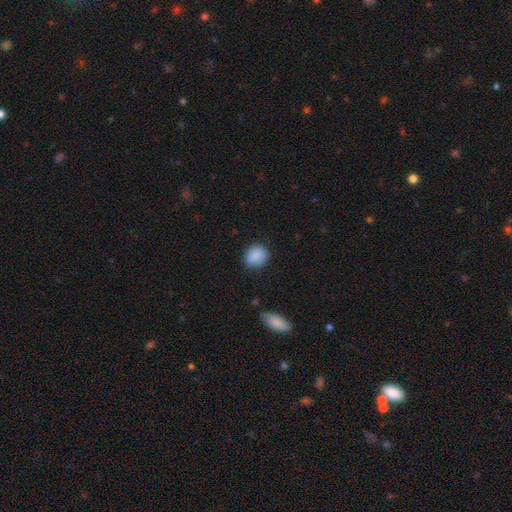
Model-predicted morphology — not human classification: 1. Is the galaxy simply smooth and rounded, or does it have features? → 88% smooth, 8% star or artifact, 5% featured or disk.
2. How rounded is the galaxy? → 63% round, 36% in between, 1% cigar-shaped.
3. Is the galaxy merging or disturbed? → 80% none, 15% minor disturbance, 3% major disturbance, 2% merger.